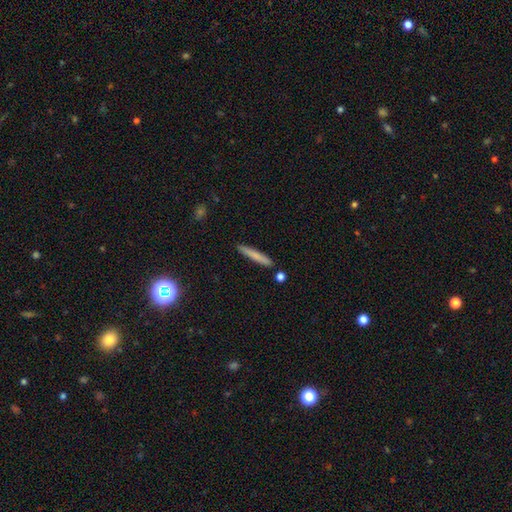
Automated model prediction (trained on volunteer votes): Smooth or featured? smooth (73%)
How rounded? cigar-shaped (95%)
Merging? none (88%)